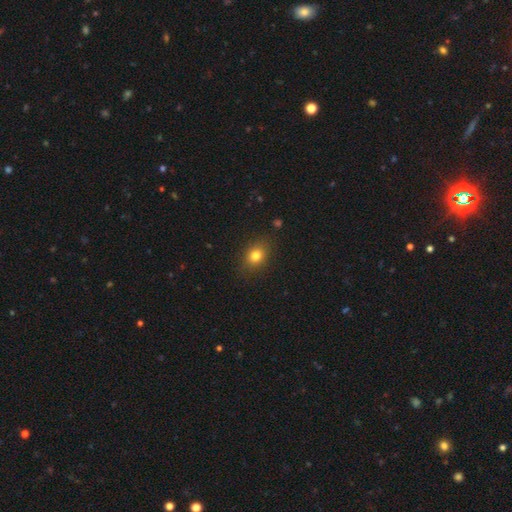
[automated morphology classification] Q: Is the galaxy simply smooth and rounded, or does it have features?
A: smooth — 79%.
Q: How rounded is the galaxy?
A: in between — 53%.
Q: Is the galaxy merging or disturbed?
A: none — 85%.